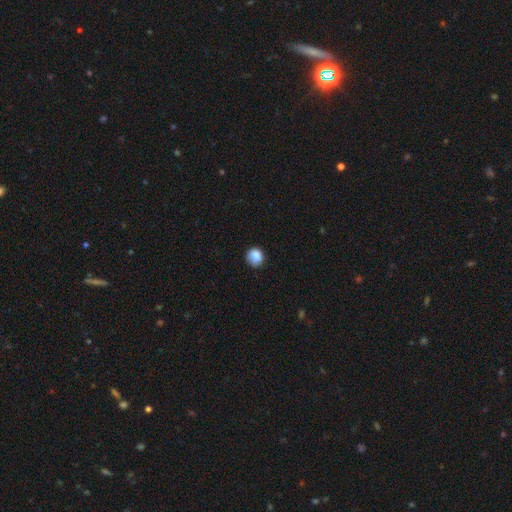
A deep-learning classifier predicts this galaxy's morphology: This appears to be a smooth galaxy with no disk features (87%) that is round (83%). Merging: none (74%).